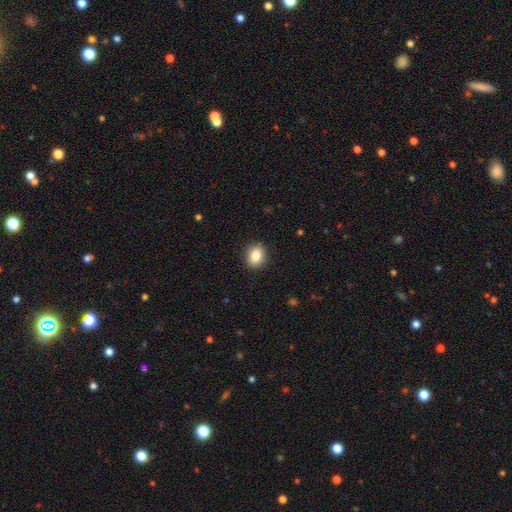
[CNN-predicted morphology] Overall: smooth (85%). How rounded: in between (54%; round 44%). Merging: none (90%).